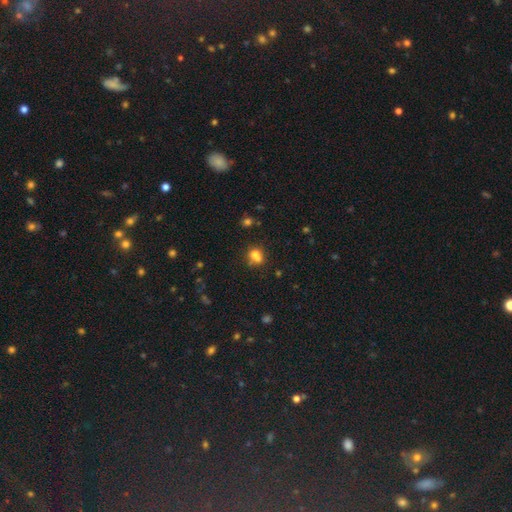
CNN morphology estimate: Smooth or featured? smooth (73%)
How rounded? round (55%)
Merging? none (42%)